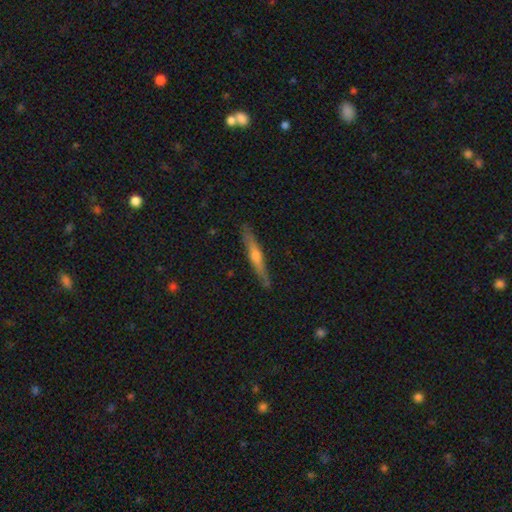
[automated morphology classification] Smooth or featured? featured or disk (68%)
Edge-on disk? yes (97%)
Edge-on bulge? rounded (86%)
Merging? none (89%)